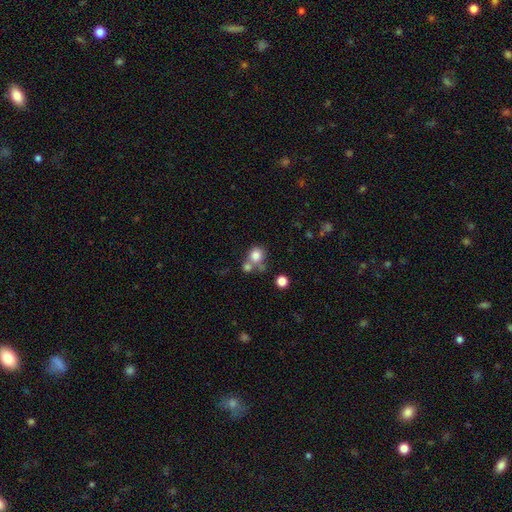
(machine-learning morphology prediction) This is clearly a smooth galaxy (80%). How rounded: clearly round (84%). Merging: possibly none (48%).